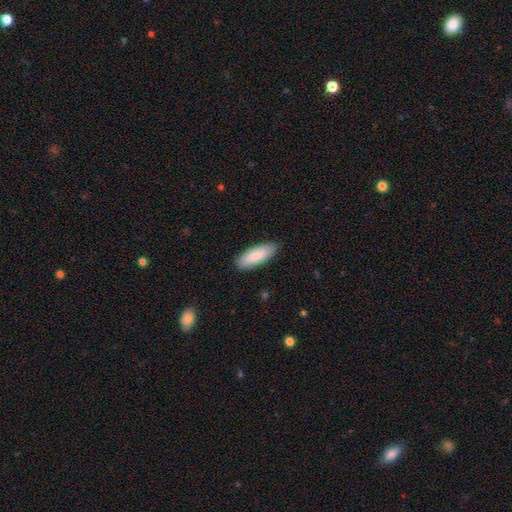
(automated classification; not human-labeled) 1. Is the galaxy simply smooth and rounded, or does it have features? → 86% smooth, 9% featured or disk, 5% star or artifact.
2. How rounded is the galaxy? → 70% in between, 28% cigar-shaped, 2% round.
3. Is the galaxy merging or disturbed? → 86% none, 11% minor disturbance, 2% major disturbance, 1% merger.